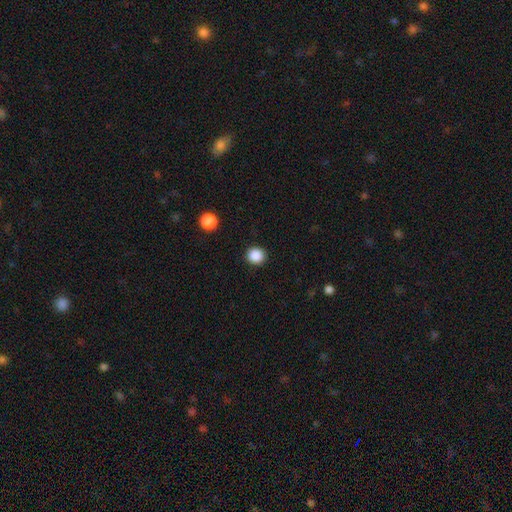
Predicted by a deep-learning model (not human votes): Smooth or featured? smooth (87%)
How rounded? round (92%)
Merging? none (92%)